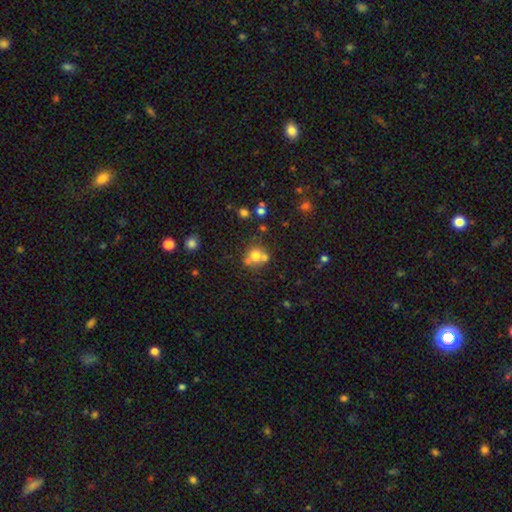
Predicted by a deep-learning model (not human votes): This appears to be a smooth galaxy with no disk features (66%) that is round (78%). Merging: none (47%).